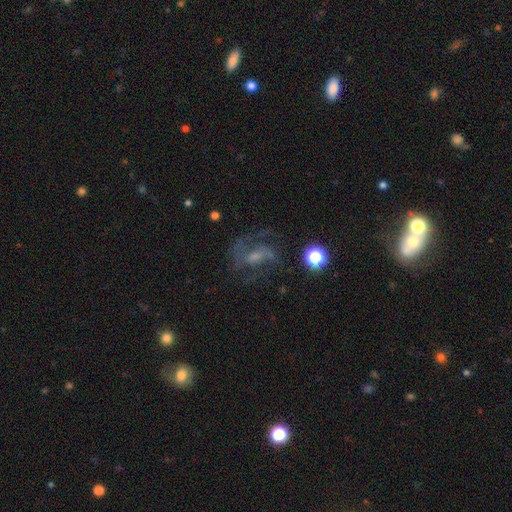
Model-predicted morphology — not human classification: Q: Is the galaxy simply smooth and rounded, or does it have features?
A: featured or disk — 70%.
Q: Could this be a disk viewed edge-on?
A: no — 96%.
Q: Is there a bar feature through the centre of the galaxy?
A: weak — 43%.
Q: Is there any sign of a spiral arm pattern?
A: yes — 86%.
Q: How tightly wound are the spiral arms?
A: medium — 49%.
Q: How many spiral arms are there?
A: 2 — 56%.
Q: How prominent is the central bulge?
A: small — 39%.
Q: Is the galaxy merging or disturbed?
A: none — 55%.